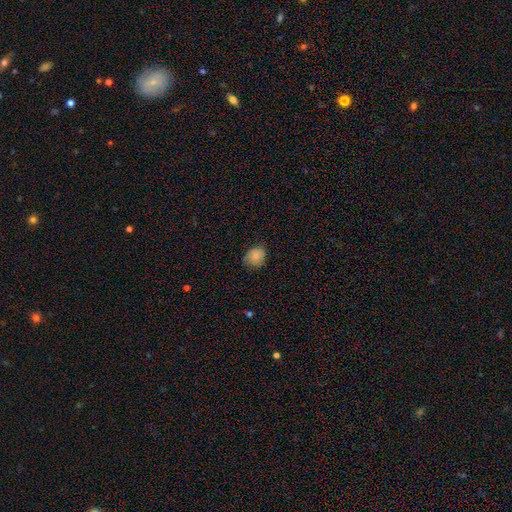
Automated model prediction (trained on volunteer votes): A smooth galaxy with no disk features (83%) that is round (71%).

Vote fractions:
- Smooth or featured? smooth: 83% / star or artifact: 9% / featured or disk: 8%
- How rounded? round: 71% / in between: 28% / cigar-shaped: 1%
- Merging? none: 69% / minor disturbance: 25% / major disturbance: 4% / merger: 1%